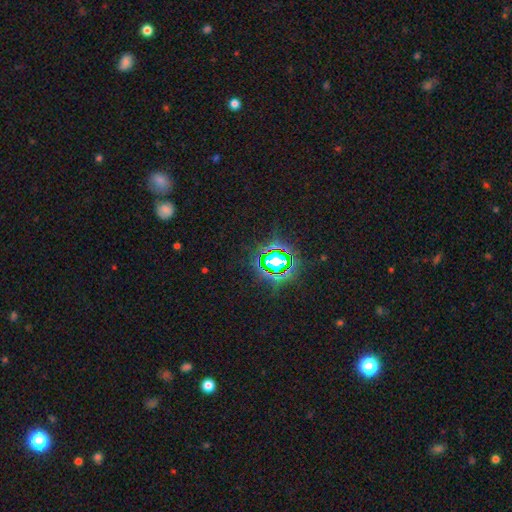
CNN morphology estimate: Overall: star or artifact (78%).